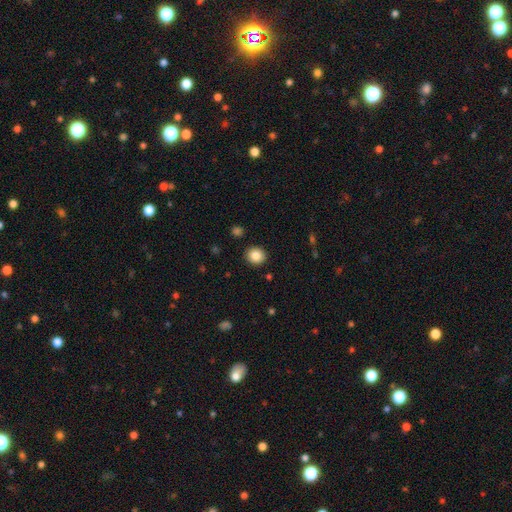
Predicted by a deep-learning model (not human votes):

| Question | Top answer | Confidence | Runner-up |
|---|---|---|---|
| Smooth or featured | smooth | 85% | star or artifact (10%) |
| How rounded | round | 84% | in between (16%) |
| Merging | none | 91% | minor disturbance (6%) |